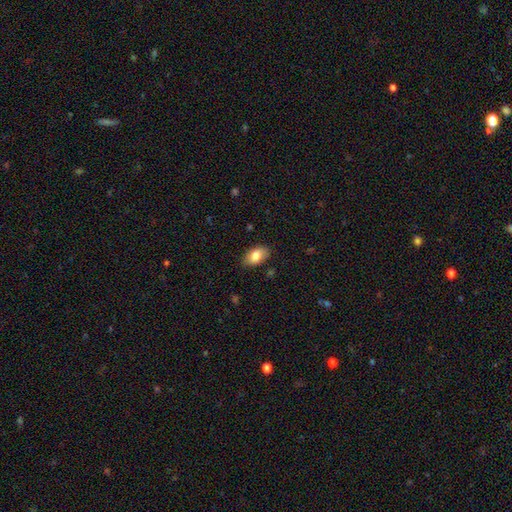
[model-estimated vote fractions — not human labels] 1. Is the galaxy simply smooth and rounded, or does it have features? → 82% smooth, 11% featured or disk, 7% star or artifact.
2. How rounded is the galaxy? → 92% in between, 6% round, 2% cigar-shaped.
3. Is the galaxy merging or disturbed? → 84% none, 12% minor disturbance, 3% major disturbance, 1% merger.